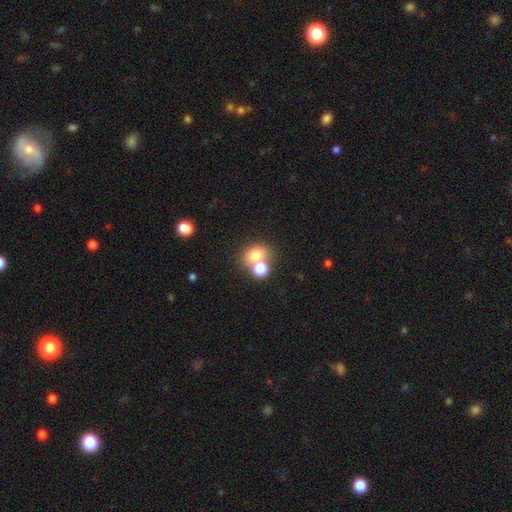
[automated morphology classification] This is likely a smooth galaxy (75%). How rounded: possibly round (56%). Merging: possibly merger (47%).